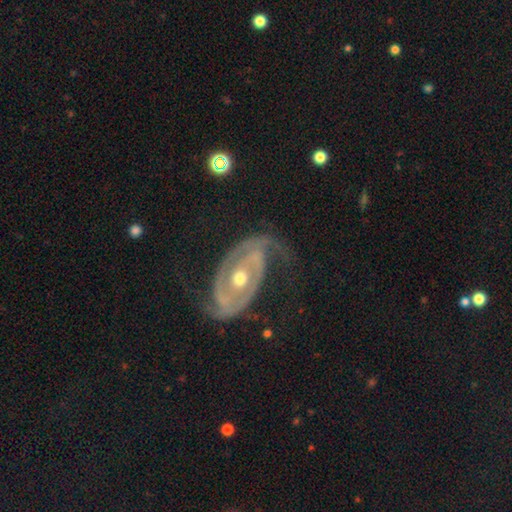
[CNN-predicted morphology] Overall: featured or disk (90%). Edge-on disk: no (96%). Bar: no (62%; weak 24%). Spiral arms: yes (96%). Spiral arm count: 2 (88%). Spiral winding: tight (41%, tied with medium). Bulge size: moderate (67%; small 28%). Merging: none (68%).